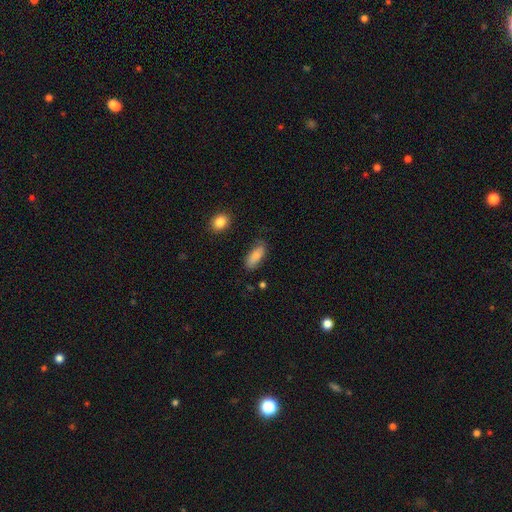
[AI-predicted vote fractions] Q: Smooth or featured?
A: smooth (78%); runner-up: featured or disk (15%)
Q: How rounded?
A: in between (84%); runner-up: cigar-shaped (14%)
Q: Merging?
A: none (72%); runner-up: minor disturbance (21%)